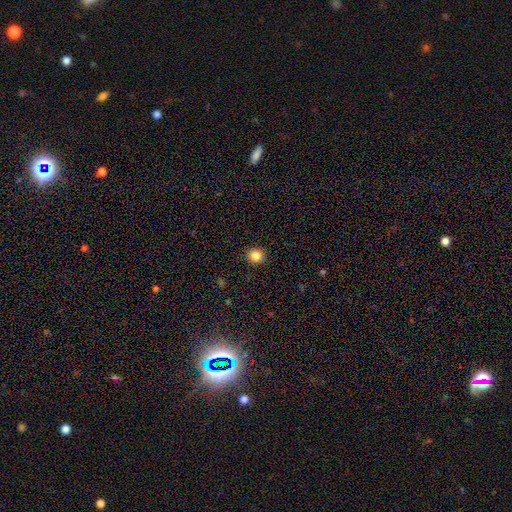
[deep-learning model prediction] The model was most divided on "smooth or featured": smooth: 85%, star or artifact: 11%, featured or disk: 4%. More confident: merging — none (93%); how rounded — round (90%).